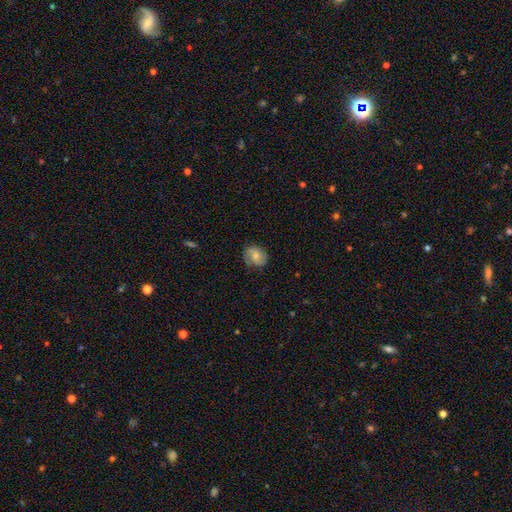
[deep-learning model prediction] Overall: smooth (59%; featured or disk 33%). How rounded: round (63%; in between 36%). Merging: none (72%).